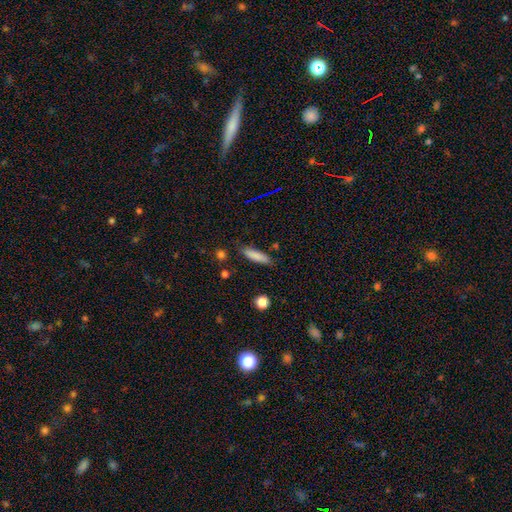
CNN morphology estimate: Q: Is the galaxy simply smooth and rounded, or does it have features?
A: smooth — 84%.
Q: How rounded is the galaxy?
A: cigar-shaped — 68%.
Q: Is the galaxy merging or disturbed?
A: none — 81%.